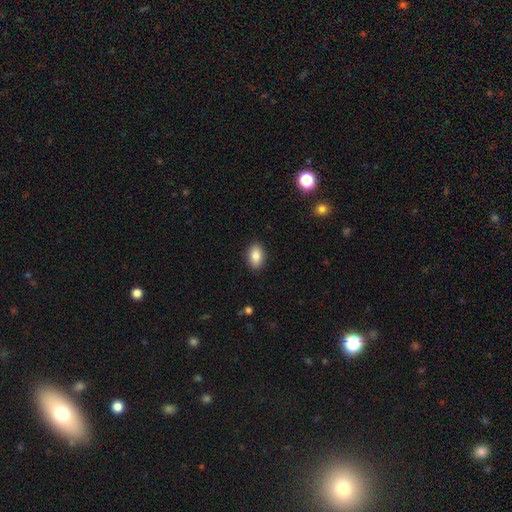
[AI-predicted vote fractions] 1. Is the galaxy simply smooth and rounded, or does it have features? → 86% smooth, 8% star or artifact, 6% featured or disk.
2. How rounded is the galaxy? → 90% in between, 9% round, 2% cigar-shaped.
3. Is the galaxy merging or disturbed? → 89% none, 8% minor disturbance, 2% major disturbance, 1% merger.